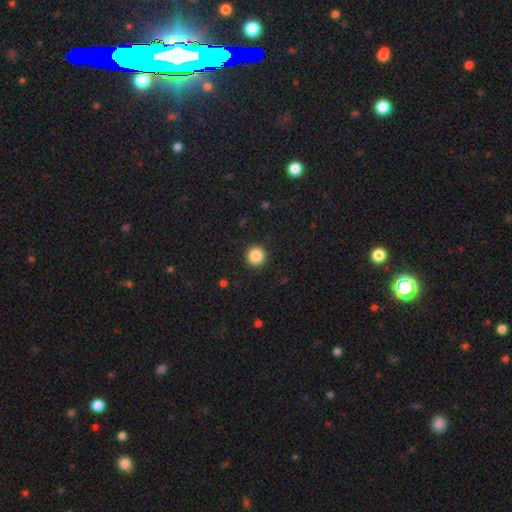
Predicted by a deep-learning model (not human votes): Smooth or featured?
  - smooth: 87% *
  - star or artifact: 10%
  - featured or disk: 3%
How rounded?
  - round: 95% *
  - in between: 4%
  - cigar-shaped: 1%
Merging?
  - none: 92% *
  - minor disturbance: 5%
  - major disturbance: 2%
  - merger: 1%